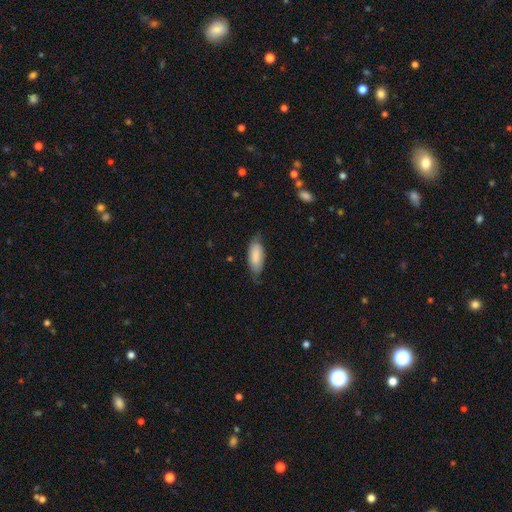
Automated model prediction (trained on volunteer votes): smooth 81%, featured or disk 13%, star or artifact 6%. Down the decision tree: how rounded — in between (84%); merging — none (65%).